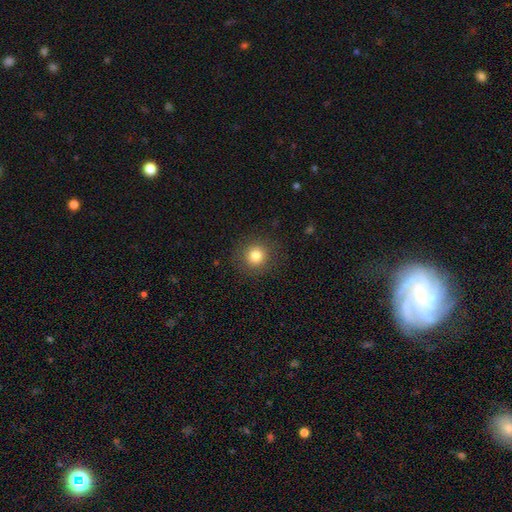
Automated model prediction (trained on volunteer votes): smooth-or-featured: smooth: 82% | star or artifact: 11% | featured or disk: 7%
  how-rounded: round: 93% | in between: 6% | cigar-shaped: 1%
  merging: none: 89% | minor disturbance: 7% | major disturbance: 3% | merger: 1%